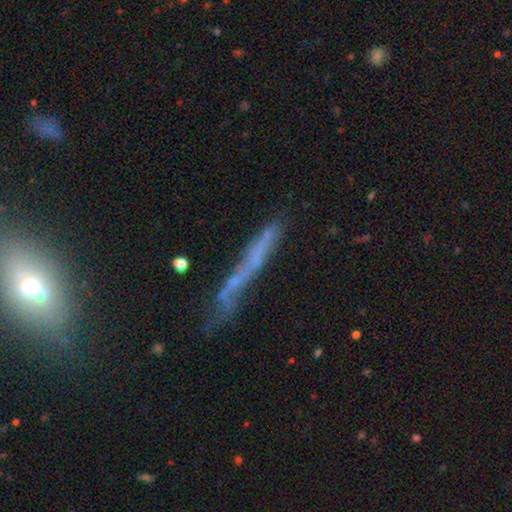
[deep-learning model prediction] Smooth or featured? Predicted: featured or disk (p=0.46). Merging? Predicted: none (p=0.57).